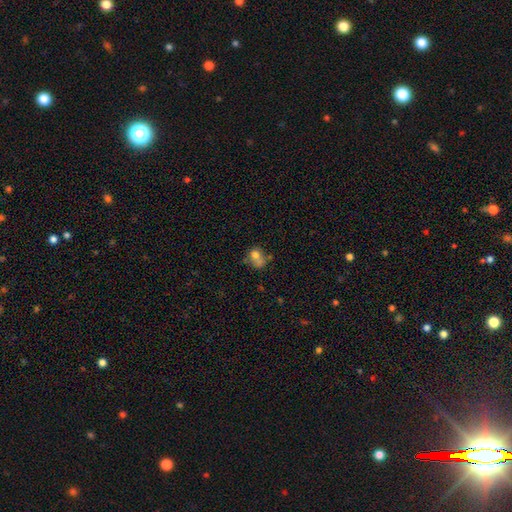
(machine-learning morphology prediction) This appears to be a smooth galaxy with no disk features (69%) that is round (54%). Merging: none (34%).